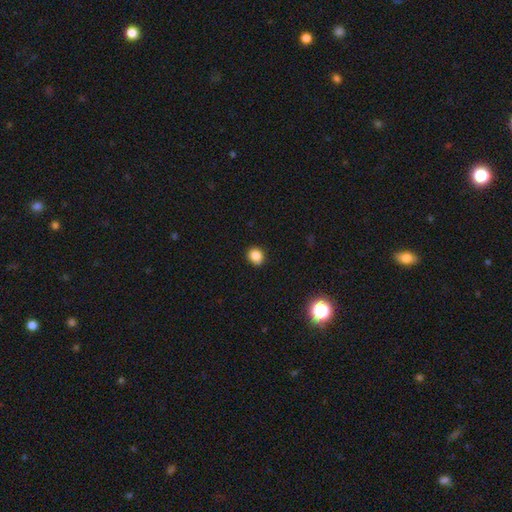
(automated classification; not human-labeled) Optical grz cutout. It shows a smooth galaxy with no disk features (85%) that is round (78%). Merging: none (90%).